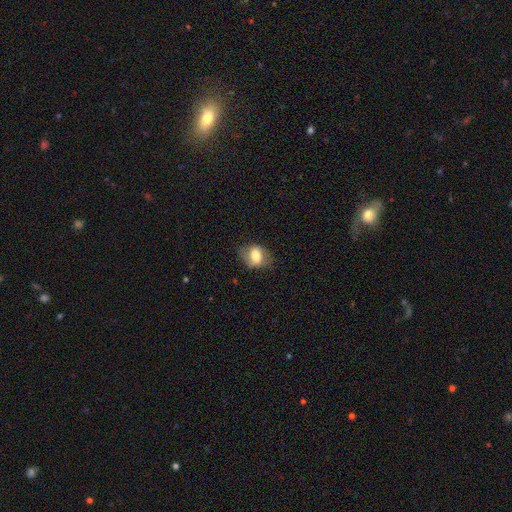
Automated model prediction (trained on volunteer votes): smooth-or-featured: smooth: 64% | featured or disk: 28% | star or artifact: 8%
  how-rounded: in between: 67% | round: 32% | cigar-shaped: 1%
  merging: none: 65% | minor disturbance: 24% | major disturbance: 10% | merger: 1%